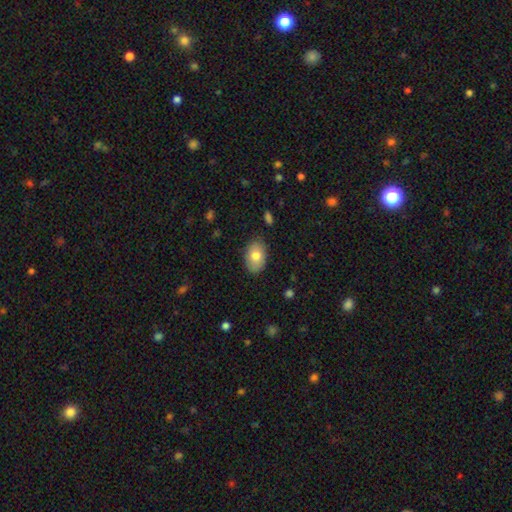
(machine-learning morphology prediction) A smooth galaxy with no disk features (77%) that is in between round and cigar-shaped (85%). Merging: none (84%).